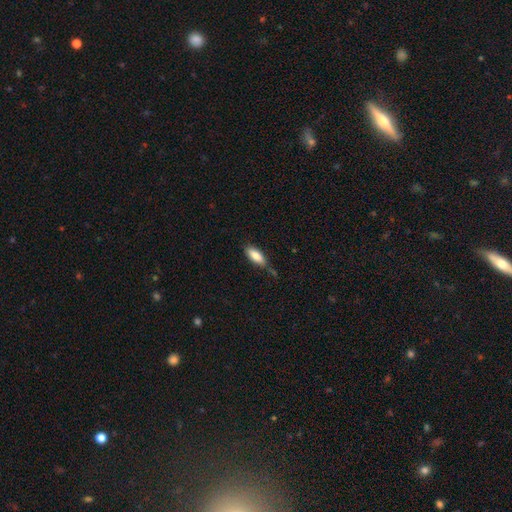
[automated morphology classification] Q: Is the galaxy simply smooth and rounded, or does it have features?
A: smooth — 83%.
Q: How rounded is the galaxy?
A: in between — 77%.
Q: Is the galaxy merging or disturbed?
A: none — 64%.